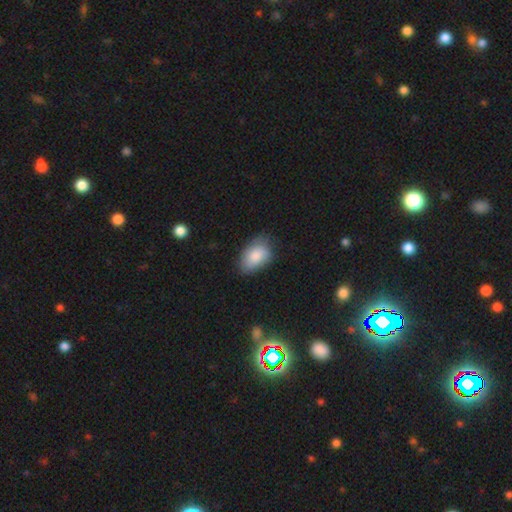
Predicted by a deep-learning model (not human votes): The model was most divided on "merging": none: 65%, minor disturbance: 27%, major disturbance: 6%, merger: 1%. More confident: how rounded — in between (90%); smooth or featured — smooth (84%).